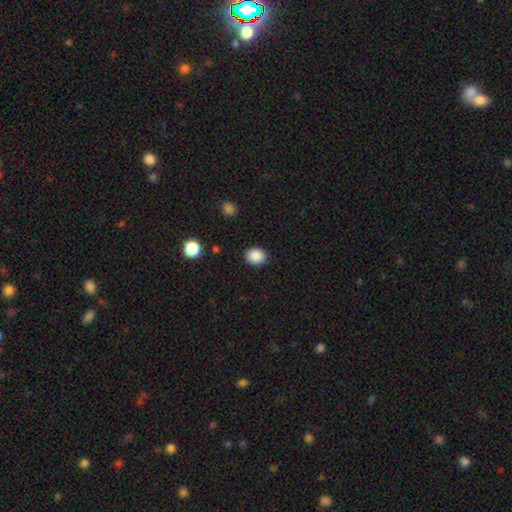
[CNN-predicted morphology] The model was most divided on "how rounded": in between: 51%, round: 48%, cigar-shaped: 1%. More confident: merging — none (89%); smooth or featured — smooth (88%).